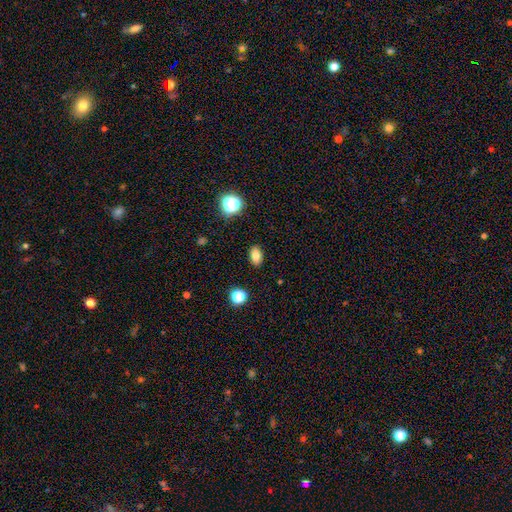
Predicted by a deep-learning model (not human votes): A smooth galaxy with no disk features (82%) that is in between round and cigar-shaped (85%).

Vote fractions:
- Smooth or featured? smooth: 82% / star or artifact: 12% / featured or disk: 6%
- How rounded? in between: 85% / round: 14% / cigar-shaped: 2%
- Merging? none: 88% / minor disturbance: 8% / major disturbance: 2% / merger: 1%